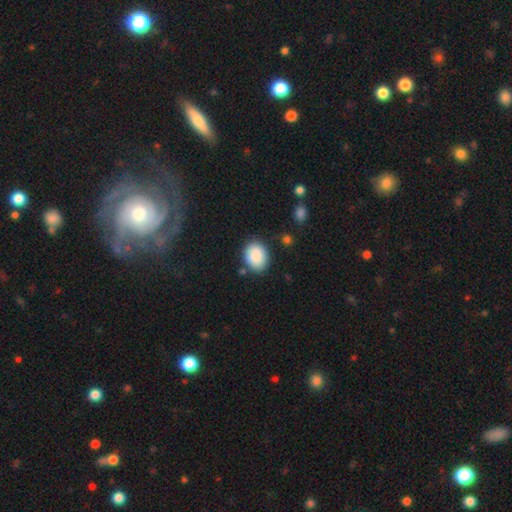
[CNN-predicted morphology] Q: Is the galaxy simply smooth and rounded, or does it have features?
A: smooth — 89%.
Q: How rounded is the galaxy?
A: in between — 60%.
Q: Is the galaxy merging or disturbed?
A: none — 80%.